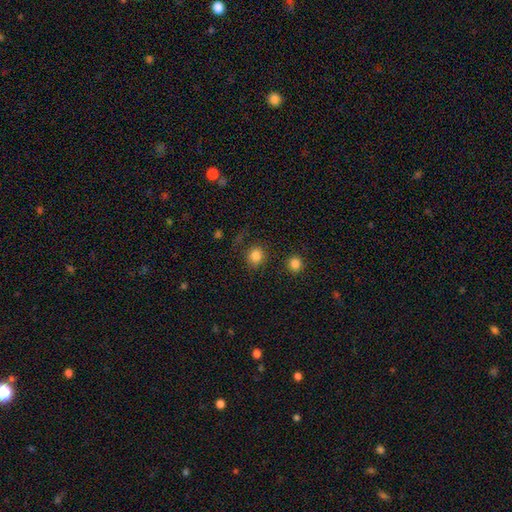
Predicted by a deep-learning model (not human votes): Smooth or featured: smooth — 84% (star or artifact — 12%)
How rounded: round — 85% (in between — 14%)
Merging: none — 81% (minor disturbance — 10%)